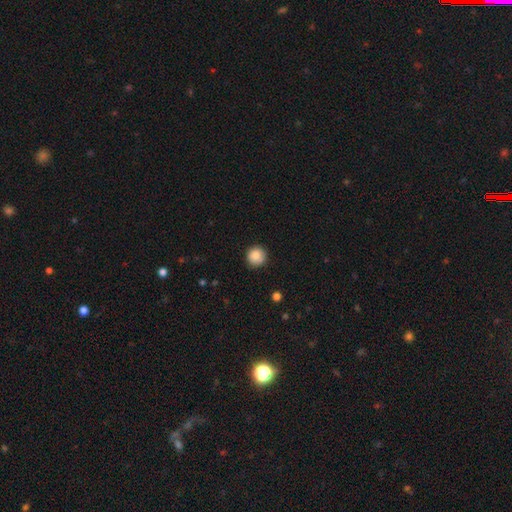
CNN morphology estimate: smooth-or-featured: smooth: 85% | star or artifact: 9% | featured or disk: 6%
  how-rounded: round: 95% | in between: 4% | cigar-shaped: 1%
  merging: none: 88% | minor disturbance: 9% | major disturbance: 2% | merger: 1%